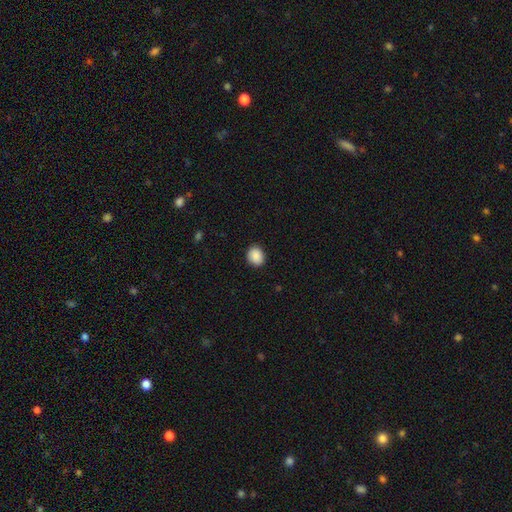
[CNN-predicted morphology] A smooth galaxy with no disk features (90%) that is round (63%). Merging: none (90%).